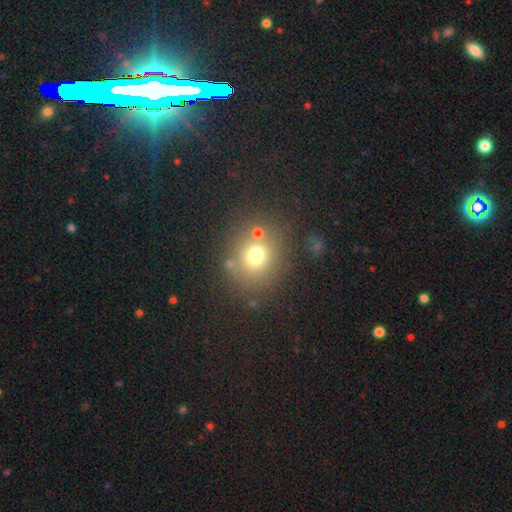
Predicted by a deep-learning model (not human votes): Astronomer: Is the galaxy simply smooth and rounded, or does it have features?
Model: smooth — 69%.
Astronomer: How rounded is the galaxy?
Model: round — 71%.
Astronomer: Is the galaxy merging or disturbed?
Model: none — 69%.